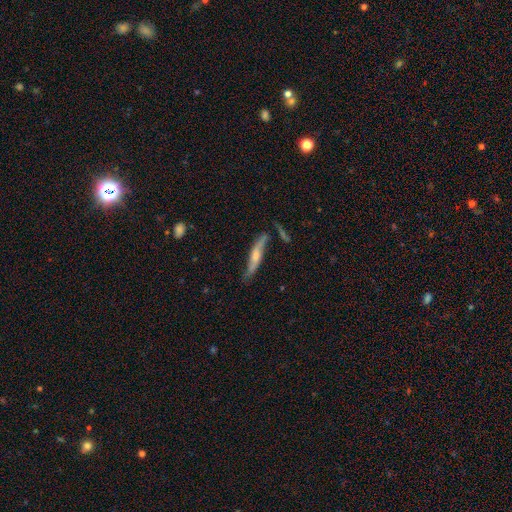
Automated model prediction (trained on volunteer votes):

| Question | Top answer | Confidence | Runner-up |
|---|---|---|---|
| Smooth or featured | featured or disk | 63% | smooth (30%) |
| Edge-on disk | yes | 66% | no (34%) |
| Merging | none | 66% | minor disturbance (22%) |